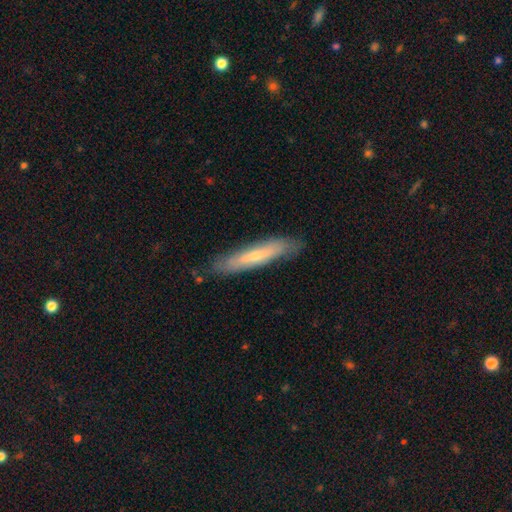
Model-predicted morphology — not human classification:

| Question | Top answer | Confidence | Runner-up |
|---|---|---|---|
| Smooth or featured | smooth | 50% | featured or disk (45%) |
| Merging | none | 83% | minor disturbance (13%) |